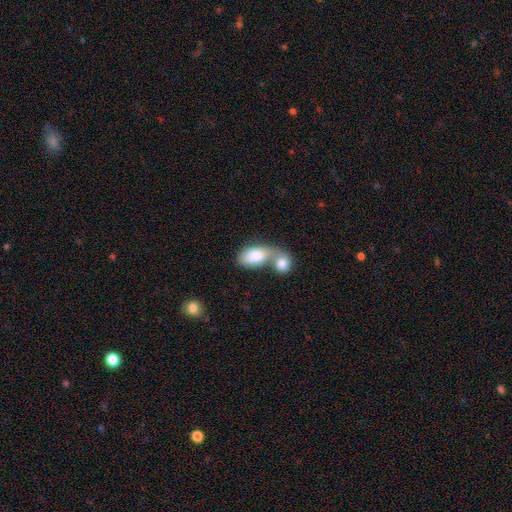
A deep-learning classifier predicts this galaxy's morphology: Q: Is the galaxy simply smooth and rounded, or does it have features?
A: smooth — 80%.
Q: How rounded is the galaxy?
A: in between — 88%.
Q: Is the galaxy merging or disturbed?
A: merger — 72%.